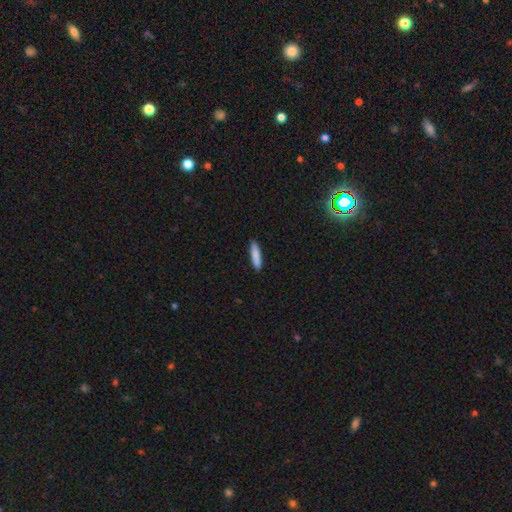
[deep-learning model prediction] smooth_or_featured: smooth (p=0.85) [alt: featured or disk p=0.09]
how_rounded: cigar-shaped (p=0.84) [alt: in between p=0.15]
merging: none (p=0.91) [alt: minor disturbance p=0.07]